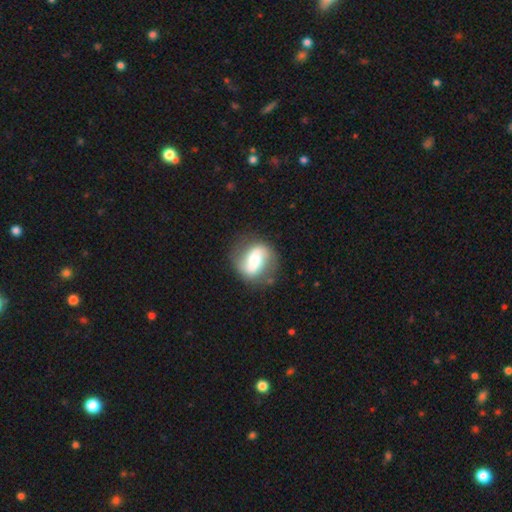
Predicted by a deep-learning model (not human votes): smooth_or_featured: featured or disk (p=0.67) [alt: smooth p=0.26]
disk_edge_on: no (p=0.95) [alt: yes p=0.05]
bar: strong (p=0.42) [alt: weak p=0.32]
has_spiral_arms: yes (p=0.79) [alt: no p=0.21]
bulge_size: moderate (p=0.55) [alt: small p=0.29]
merging: none (p=0.79) [alt: minor disturbance p=0.14]